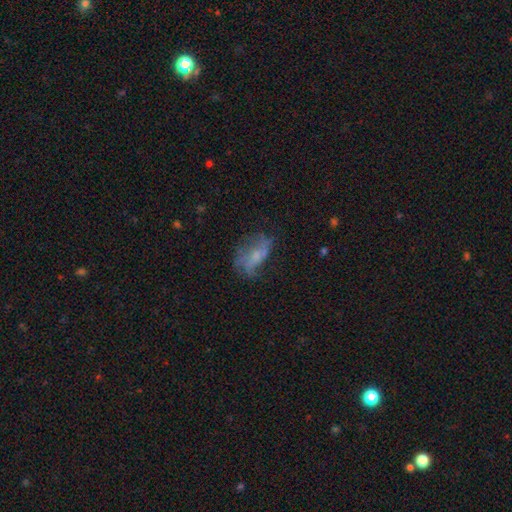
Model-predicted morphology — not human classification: Smooth or featured?
  - featured or disk: 55% *
  - smooth: 33%
  - star or artifact: 12%
Edge-on disk?
  - no: 94% *
  - yes: 6%
Bar?
  - no: 69% *
  - weak: 25%
  - strong: 6%
Spiral arms?
  - yes: 56% *
  - no: 44%
Bulge size?
  - small: 54% *
  - none: 23%
  - moderate: 20%
  - large: 2%
  - dominant: 1%
Merging?
  - none: 43% *
  - major disturbance: 29%
  - minor disturbance: 25%
  - merger: 3%